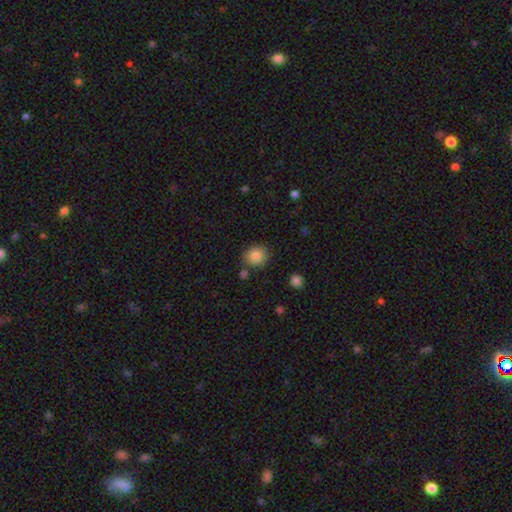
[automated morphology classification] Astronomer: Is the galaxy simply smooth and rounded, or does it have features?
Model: smooth — 84%.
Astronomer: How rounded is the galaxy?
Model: round — 81%.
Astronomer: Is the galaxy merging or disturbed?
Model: none — 83%.